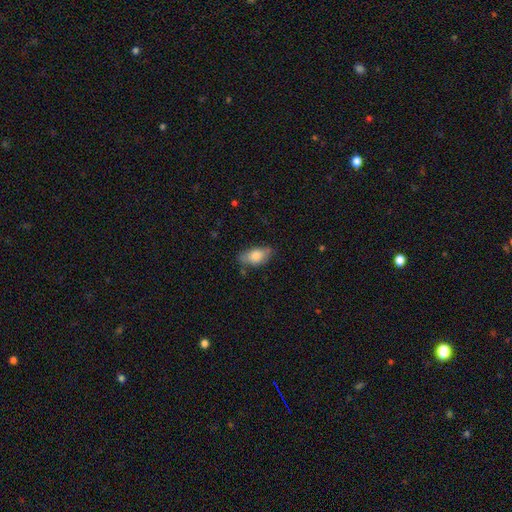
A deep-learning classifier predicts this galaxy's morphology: Smooth or featured? Predicted: smooth (p=0.79). How rounded? Predicted: in between (p=0.90). Merging? Predicted: none (p=0.66).